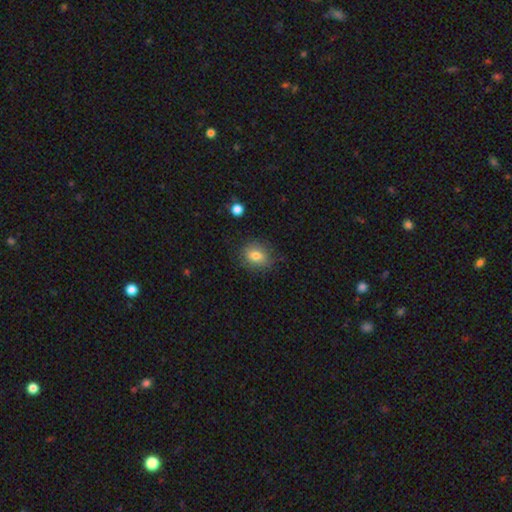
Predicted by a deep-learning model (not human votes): smooth-or-featured: smooth: 77% | featured or disk: 13% | star or artifact: 10%
  how-rounded: round: 52% | in between: 46% | cigar-shaped: 1%
  merging: none: 79% | minor disturbance: 15% | major disturbance: 4% | merger: 1%